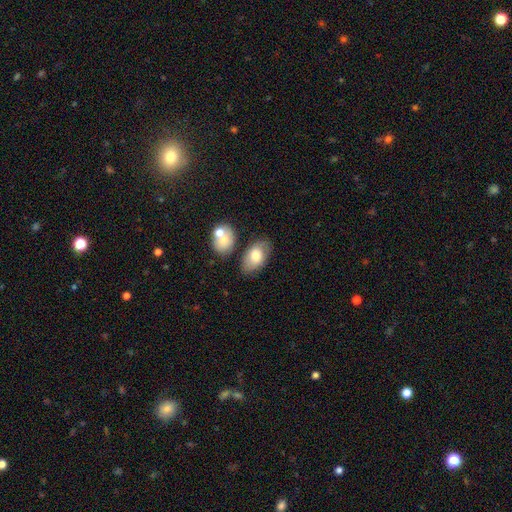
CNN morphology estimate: smooth_or_featured: smooth (p=0.73) [alt: featured or disk p=0.20]
how_rounded: in between (p=0.92) [alt: round p=0.07]
merging: none (p=0.66) [alt: minor disturbance p=0.19]